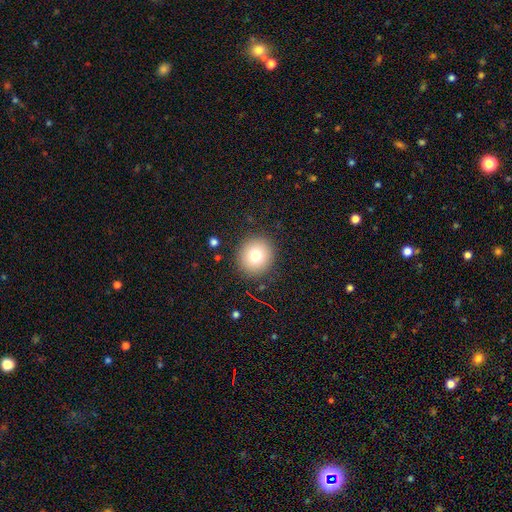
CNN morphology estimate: A smooth galaxy with no disk features (76%) that is round (90%). Merging: none (89%).